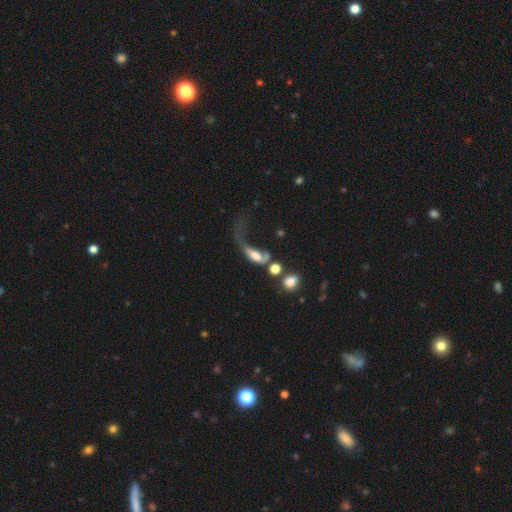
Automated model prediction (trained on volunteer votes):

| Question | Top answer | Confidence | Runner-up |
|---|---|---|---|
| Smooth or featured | smooth | 45% | featured or disk (44%) |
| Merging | major disturbance | 55% | merger (24%) |